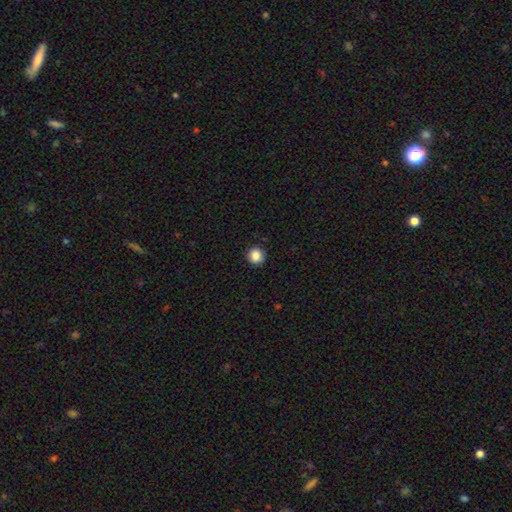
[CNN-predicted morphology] Smooth or featured? Predicted: smooth (p=0.87). How rounded? Predicted: round (p=0.93). Merging? Predicted: none (p=0.92).